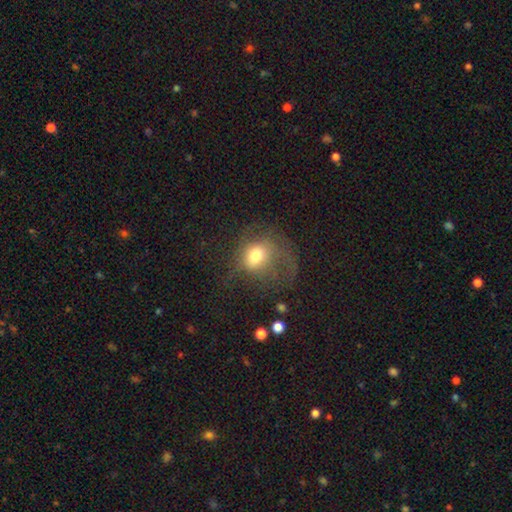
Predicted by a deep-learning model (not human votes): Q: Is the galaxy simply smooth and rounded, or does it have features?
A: smooth — 58%.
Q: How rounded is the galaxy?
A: round — 60%.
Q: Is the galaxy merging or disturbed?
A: major disturbance — 42%.